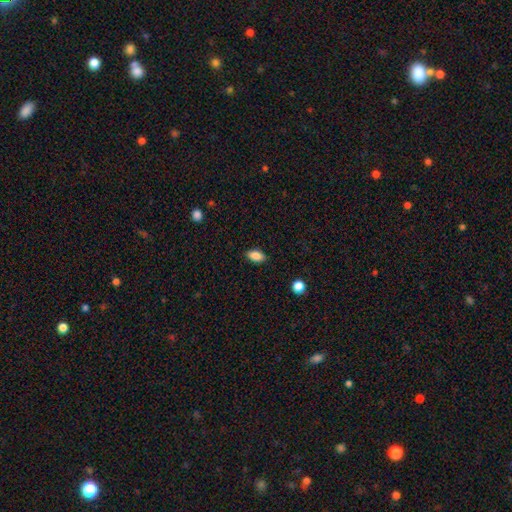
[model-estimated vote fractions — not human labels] A smooth galaxy with no disk features (87%) that is in between round and cigar-shaped (90%). Merging: none (87%).